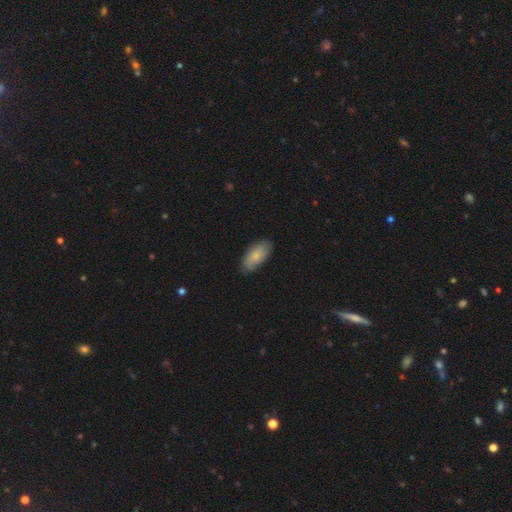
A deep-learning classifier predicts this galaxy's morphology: Smooth or featured? smooth (77%)
How rounded? in between (92%)
Merging? none (82%)